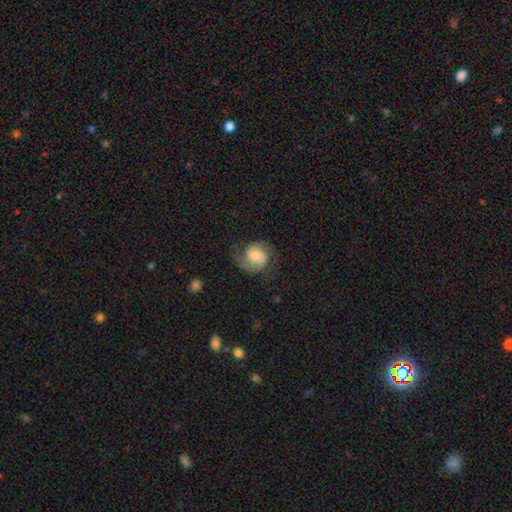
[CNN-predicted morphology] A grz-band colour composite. It shows a featured or disk galaxy (73%) with no bar (61%), 2 (89%) medium (49%) spiral arms (95%) and a moderate central bulge (39%). Merging: none (70%).